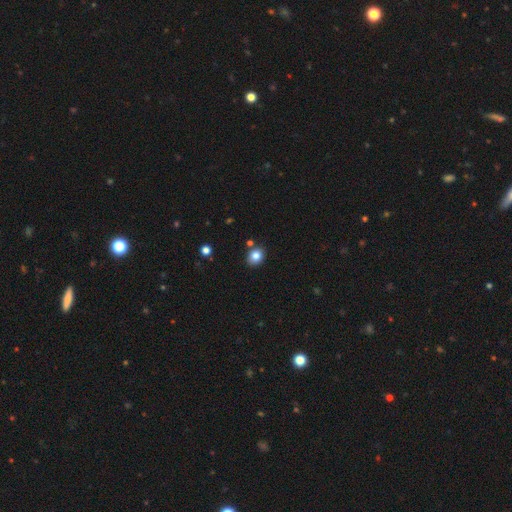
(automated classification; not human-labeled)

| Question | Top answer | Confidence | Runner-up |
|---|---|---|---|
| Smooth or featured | smooth | 83% | star or artifact (10%) |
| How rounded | round | 55% | in between (45%) |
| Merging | none | 82% | minor disturbance (10%) |